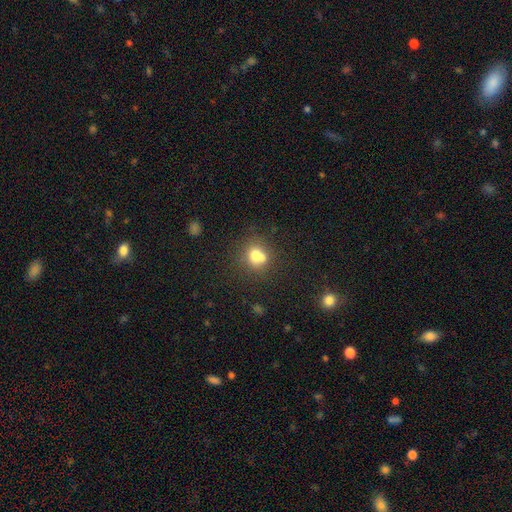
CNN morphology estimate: Smooth or featured? smooth (70%)
How rounded? round (75%)
Merging? none (44%)